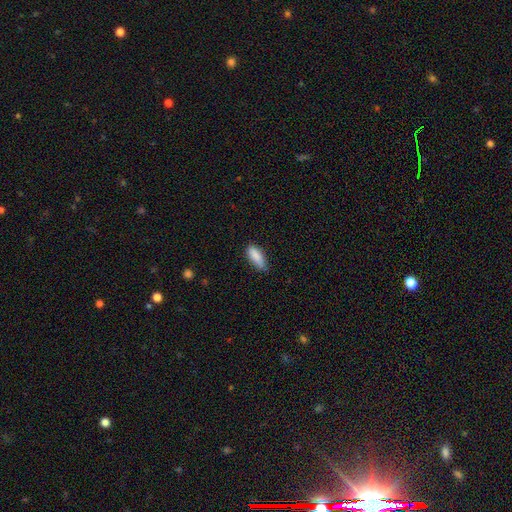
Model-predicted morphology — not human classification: Smooth or featured? smooth (87%)
How rounded? in between (65%)
Merging? none (65%)